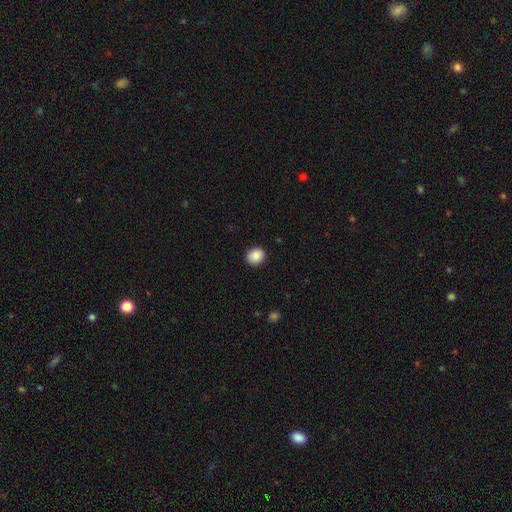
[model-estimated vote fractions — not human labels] The model was most divided on "how rounded": round: 76%, in between: 23%, cigar-shaped: 1%. More confident: merging — none (91%); smooth or featured — smooth (89%).